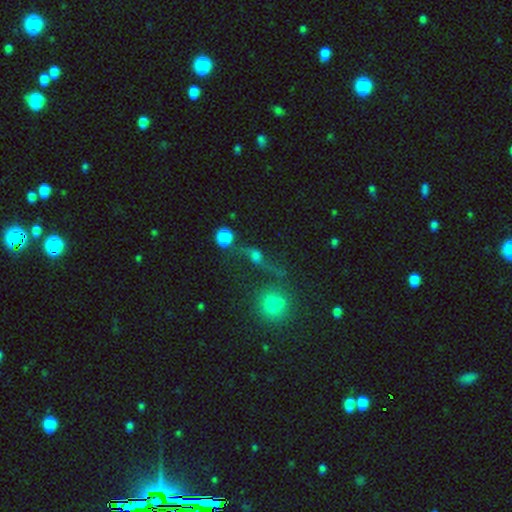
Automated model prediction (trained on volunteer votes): Q: Smooth or featured?
A: featured or disk (44%); runner-up: smooth (36%)
Q: Merging?
A: none (37%); runner-up: major disturbance (29%)